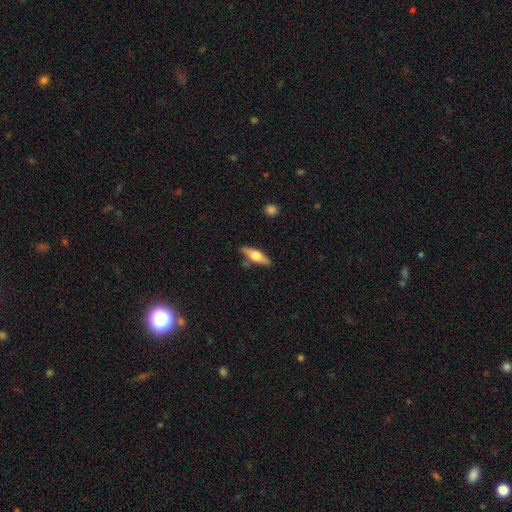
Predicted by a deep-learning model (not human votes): The model was most divided on "smooth or featured": featured or disk: 51%, smooth: 43%, star or artifact: 6%. More confident: edge-on disk — yes (92%); merging — none (82%).